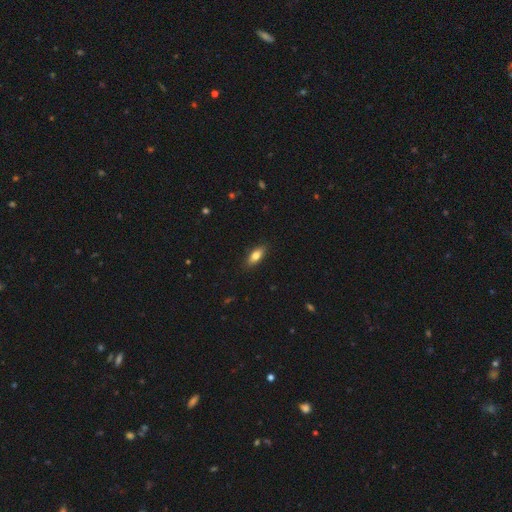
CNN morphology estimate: Smooth or featured: smooth — 79% (featured or disk — 14%)
How rounded: in between — 80% (cigar-shaped — 17%)
Merging: none — 87% (minor disturbance — 10%)